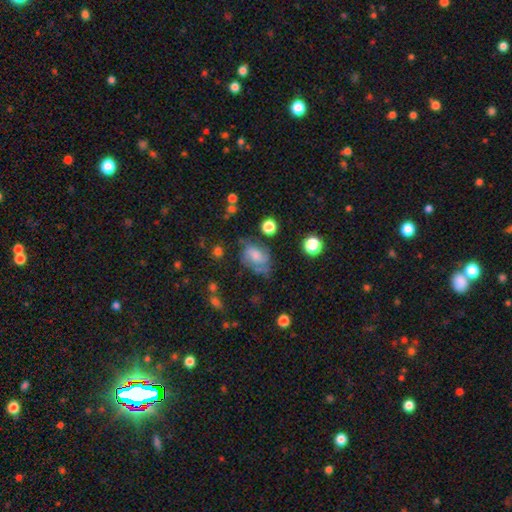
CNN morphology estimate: smooth_or_featured: featured or disk (p=0.56) [alt: smooth p=0.33]
disk_edge_on: no (p=0.97) [alt: yes p=0.03]
bar: no (p=0.62) [alt: weak p=0.32]
has_spiral_arms: yes (p=0.83) [alt: no p=0.17]
bulge_size: moderate (p=0.34) [alt: small p=0.29]
merging: none (p=0.49) [alt: minor disturbance p=0.26]